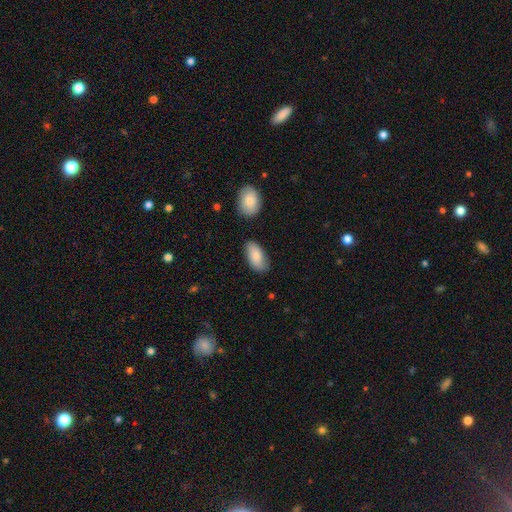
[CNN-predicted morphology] type=smooth (84%); roundness=in between (94%); merging=none (75%).